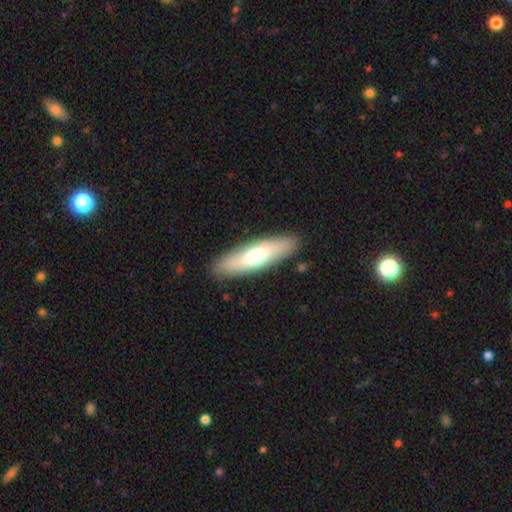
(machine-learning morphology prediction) A smooth galaxy with no disk features (58%) that is cigar-shaped (52%). Merging: none (87%).